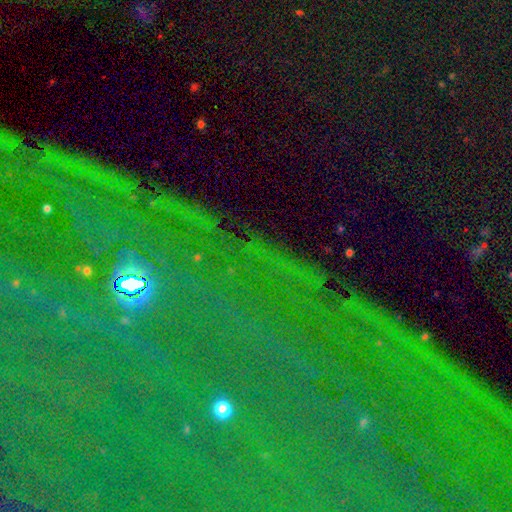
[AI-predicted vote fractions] Smooth or featured? star or artifact (83%)